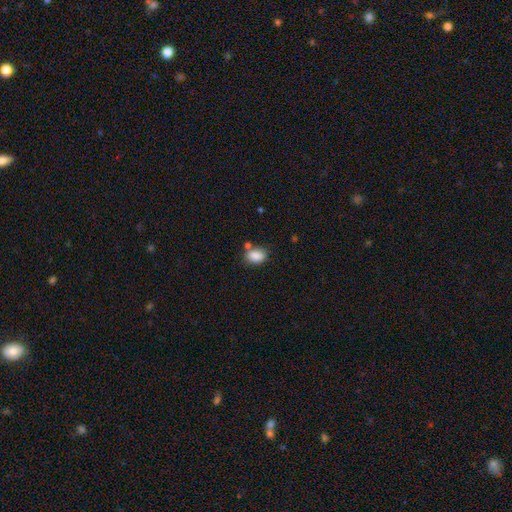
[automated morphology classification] Smooth or featured?
  - smooth: 87% *
  - star or artifact: 8%
  - featured or disk: 5%
How rounded?
  - in between: 78% *
  - round: 21%
  - cigar-shaped: 1%
Merging?
  - none: 64% *
  - minor disturbance: 17%
  - merger: 15%
  - major disturbance: 5%